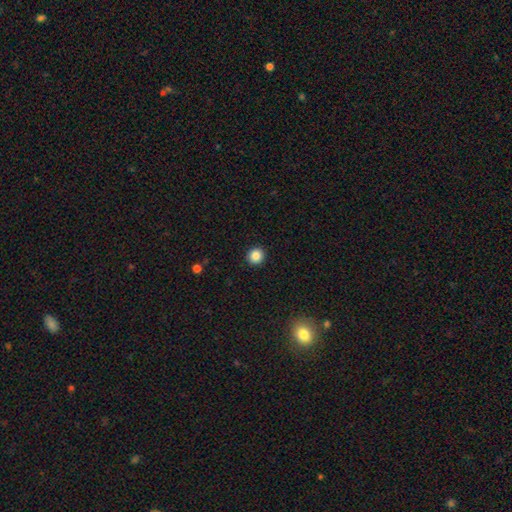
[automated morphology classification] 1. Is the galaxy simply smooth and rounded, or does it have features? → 86% smooth, 10% star or artifact, 4% featured or disk.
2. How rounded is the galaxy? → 91% round, 8% in between, 1% cigar-shaped.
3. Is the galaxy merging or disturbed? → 93% none, 4% minor disturbance, 2% major disturbance, 1% merger.